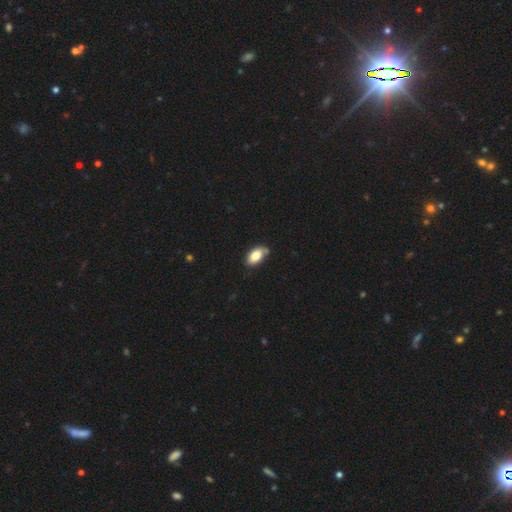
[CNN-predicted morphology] Overall: smooth (81%). How rounded: in between (93%). Merging: none (69%).